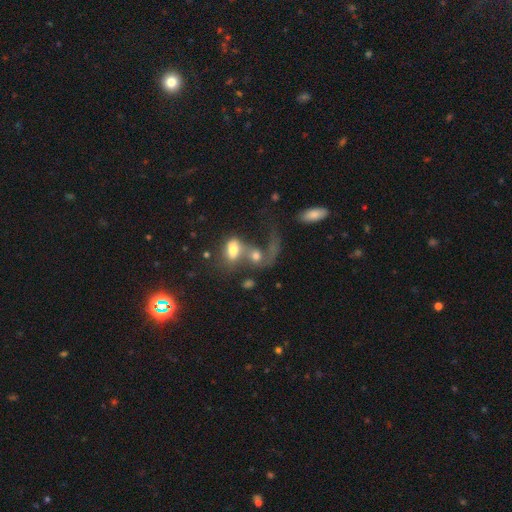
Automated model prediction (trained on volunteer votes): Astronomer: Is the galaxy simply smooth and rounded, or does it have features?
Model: smooth — 53% (runner-up: featured or disk, 35%).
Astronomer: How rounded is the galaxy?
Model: in between — 73%.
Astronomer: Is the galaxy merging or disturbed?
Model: merger — 68%.